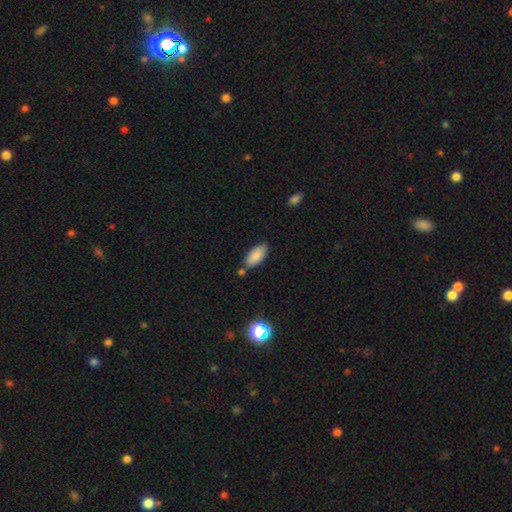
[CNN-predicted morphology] A smooth galaxy with no disk features (87%) that is in between round and cigar-shaped (88%).

Vote fractions:
- Smooth or featured? smooth: 87% / star or artifact: 7% / featured or disk: 6%
- How rounded? in between: 88% / cigar-shaped: 10% / round: 2%
- Merging? none: 75% / minor disturbance: 14% / merger: 8% / major disturbance: 3%